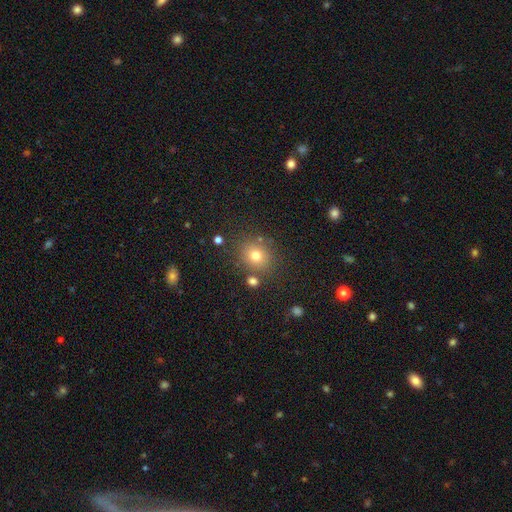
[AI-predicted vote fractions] Smooth or featured: smooth — 74% (star or artifact — 16%)
How rounded: round — 78% (in between — 21%)
Merging: none — 80% (minor disturbance — 10%)